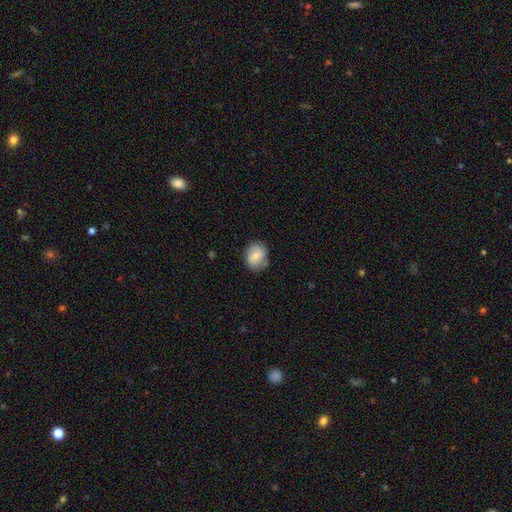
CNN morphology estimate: Q: Smooth or featured?
A: smooth (75%); runner-up: featured or disk (18%)
Q: How rounded?
A: round (58%); runner-up: in between (41%)
Q: Merging?
A: none (77%); runner-up: minor disturbance (17%)